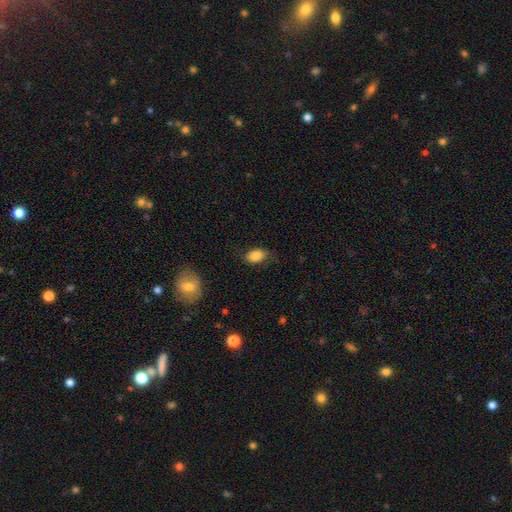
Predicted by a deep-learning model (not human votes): Morphology: type=smooth (84%); roundness=in between (88%); merging=none (76%).